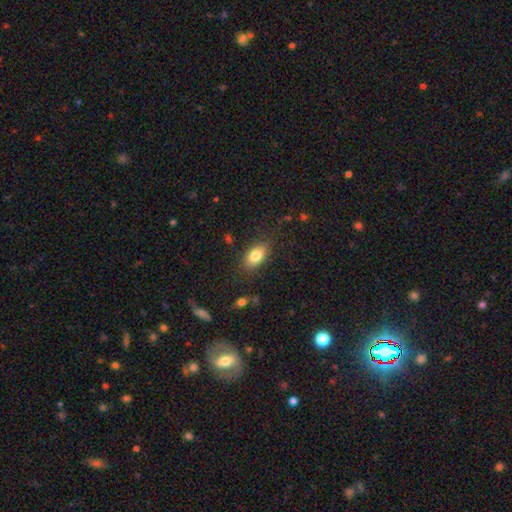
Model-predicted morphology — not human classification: Smooth or featured? smooth (81%)
How rounded? in between (88%)
Merging? none (81%)